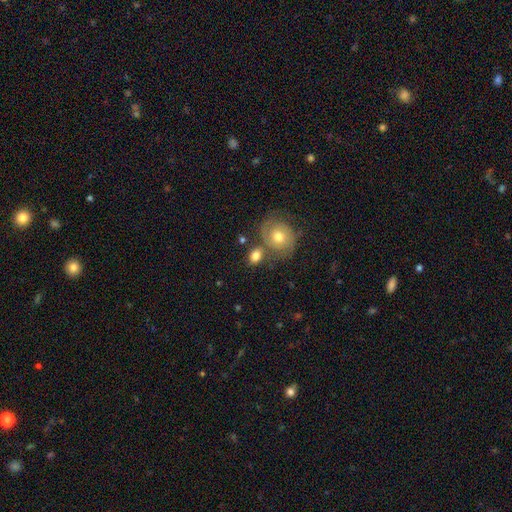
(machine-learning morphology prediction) The model was most divided on "how rounded": in between: 61%, round: 37%, cigar-shaped: 2%. More confident: smooth or featured — smooth (71%); merging — none (55%).